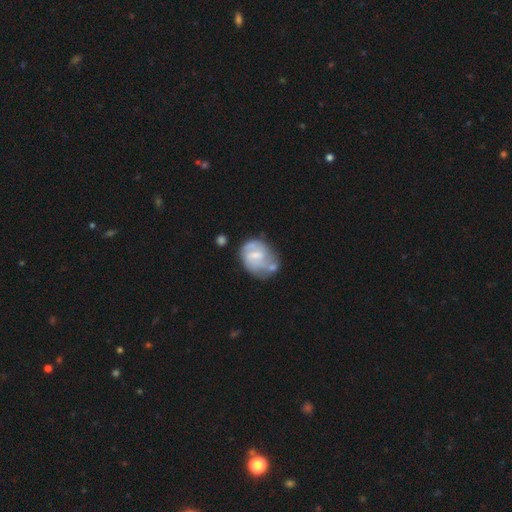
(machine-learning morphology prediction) Smooth or featured?
  - featured or disk: 59% *
  - smooth: 34%
  - star or artifact: 7%
Edge-on disk?
  - no: 98% *
  - yes: 2%
Bar?
  - weak: 52% *
  - no: 32%
  - strong: 17%
Spiral arms?
  - yes: 61% *
  - no: 39%
Bulge size?
  - small: 39% *
  - moderate: 30%
  - none: 26%
  - large: 4%
  - dominant: 1%
Merging?
  - none: 35% *
  - minor disturbance: 27%
  - major disturbance: 20%
  - merger: 18%